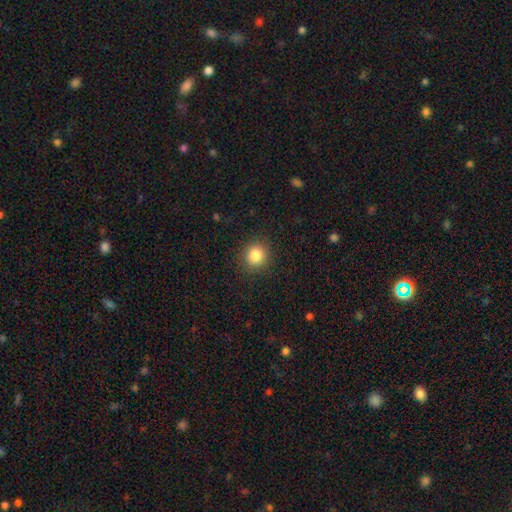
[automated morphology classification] Smooth or featured? smooth (85%)
How rounded? round (88%)
Merging? none (89%)